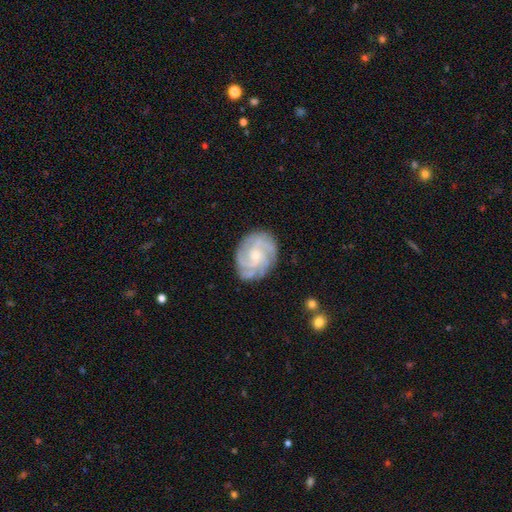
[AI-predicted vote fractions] This is clearly a featured or disk galaxy (85%). It is clearly not viewed edge-on (98%). Bar: likely no (69%). Spiral arm pattern: clearly yes (97%). Spiral arm count: marginally 4 (34%). Spiral winding: likely tight (63%). Central bulge: likely small (64%). Merging: clearly none (81%).